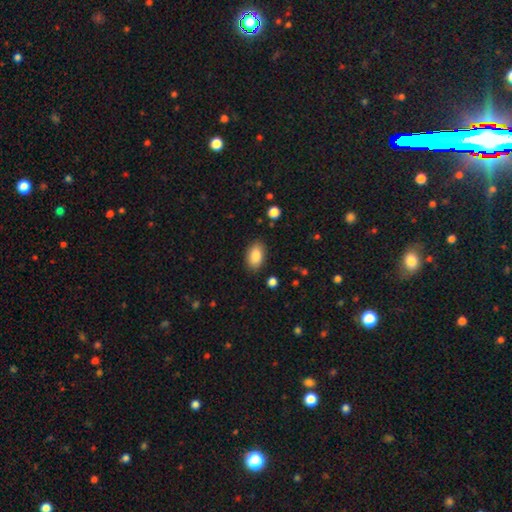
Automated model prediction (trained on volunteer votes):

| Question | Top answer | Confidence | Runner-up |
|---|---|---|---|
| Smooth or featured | smooth | 87% | star or artifact (7%) |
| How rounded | in between | 92% | round (6%) |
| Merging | none | 86% | minor disturbance (10%) |